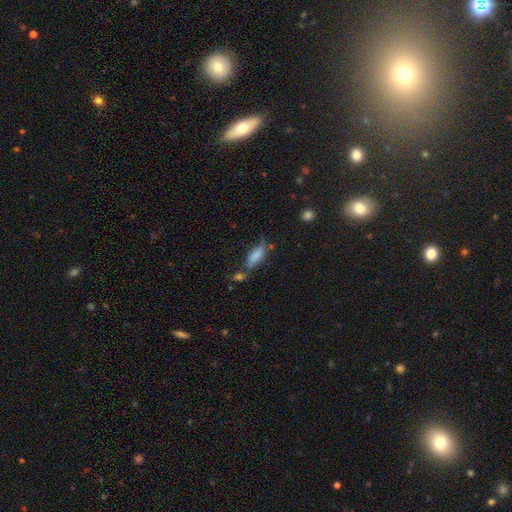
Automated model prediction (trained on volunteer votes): Smooth or featured? Predicted: smooth (p=0.70). How rounded? Predicted: in between (p=0.63). Merging? Predicted: none (p=0.42).